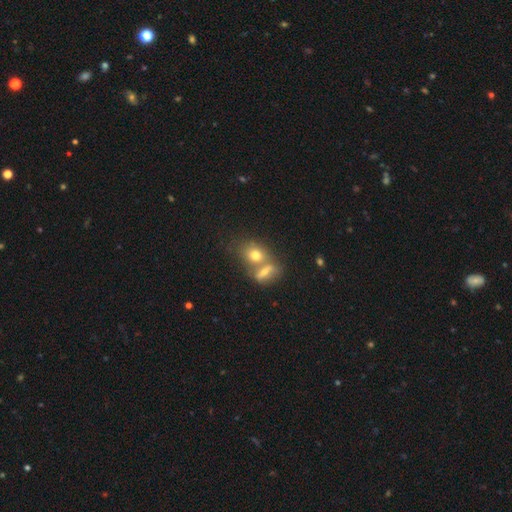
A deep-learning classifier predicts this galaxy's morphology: Smooth or featured?
  - smooth: 70% *
  - featured or disk: 19%
  - star or artifact: 11%
How rounded?
  - in between: 56% *
  - round: 40%
  - cigar-shaped: 4%
Merging?
  - merger: 56% *
  - none: 33%
  - minor disturbance: 8%
  - major disturbance: 4%